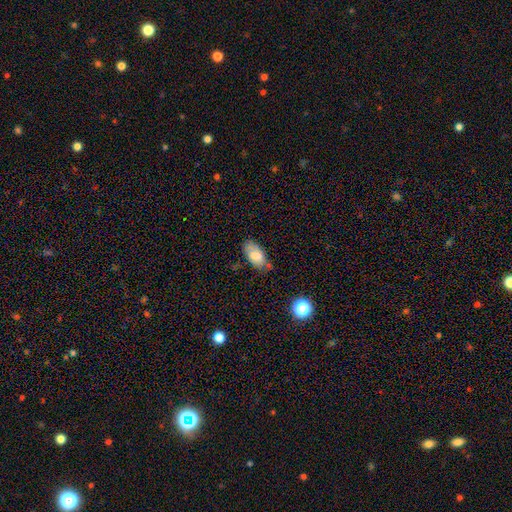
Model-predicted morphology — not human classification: Smooth or featured?
  - smooth: 75% *
  - featured or disk: 16%
  - star or artifact: 9%
How rounded?
  - in between: 93% *
  - cigar-shaped: 4%
  - round: 3%
Merging?
  - none: 63% *
  - minor disturbance: 26%
  - major disturbance: 6%
  - merger: 5%